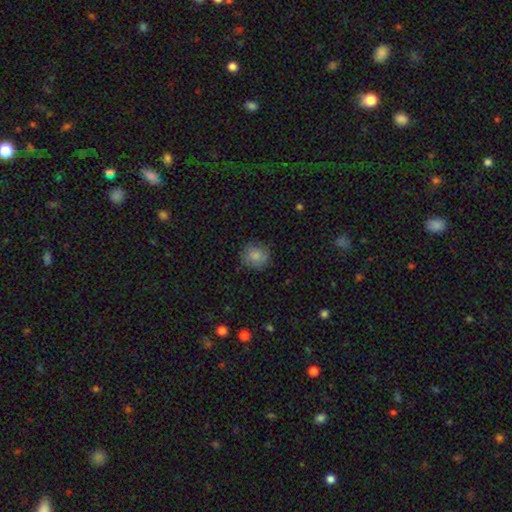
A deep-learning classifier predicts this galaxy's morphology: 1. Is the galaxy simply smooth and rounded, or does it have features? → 84% smooth, 8% star or artifact, 8% featured or disk.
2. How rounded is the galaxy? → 83% round, 16% in between, 1% cigar-shaped.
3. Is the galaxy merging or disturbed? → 80% none, 15% minor disturbance, 4% major disturbance, 1% merger.